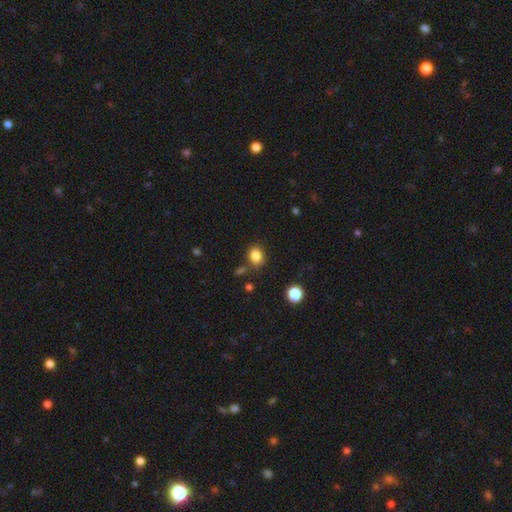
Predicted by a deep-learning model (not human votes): smooth_or_featured: smooth (p=0.84) [alt: star or artifact p=0.11]
how_rounded: round (p=0.52) [alt: in between p=0.47]
merging: none (p=0.78) [alt: minor disturbance p=0.13]